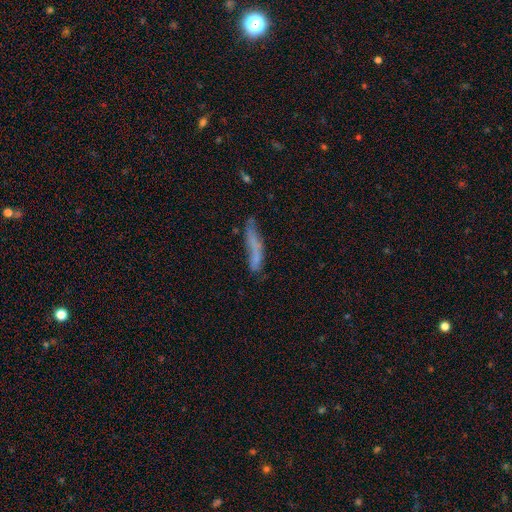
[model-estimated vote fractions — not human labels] Smooth or featured? Predicted: smooth (p=0.58). How rounded? Predicted: cigar-shaped (p=0.83). Merging? Predicted: none (p=0.48).